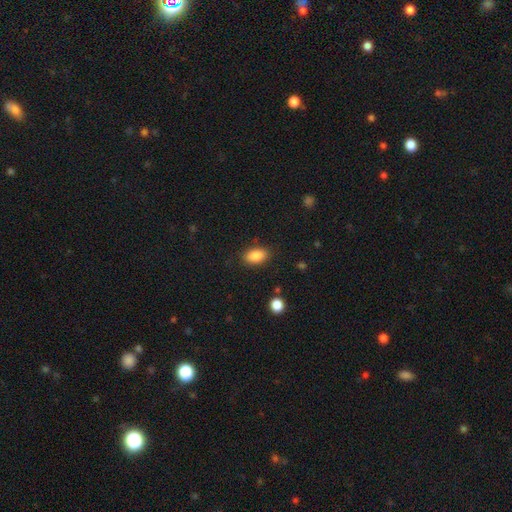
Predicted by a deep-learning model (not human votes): Morphology: type=smooth (86%); roundness=in between (90%); merging=none (86%).